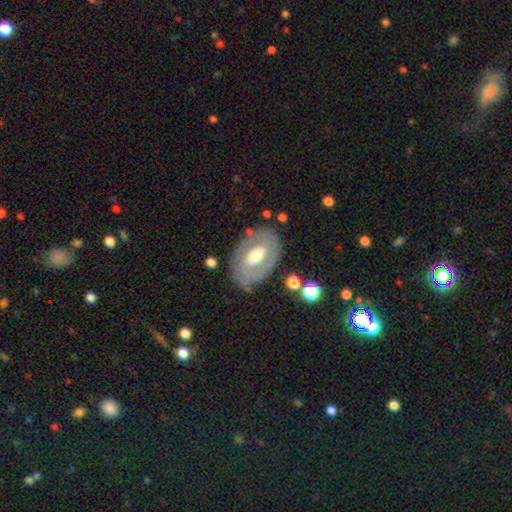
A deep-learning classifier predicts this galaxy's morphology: A featured or disk galaxy (65%) with no bar (44%), no spiral arms (53%) and a moderate central bulge (66%).

Vote fractions:
- Smooth or featured? featured or disk: 65% / smooth: 29% / star or artifact: 6%
- Edge-on disk? no: 93% / yes: 7%
- Bar? no: 44% / weak: 37% / strong: 18%
- Spiral arms? no: 53% / yes: 47%
- Bulge size? moderate: 66% / small: 16% / large: 15% / dominant: 2% / none: 1%
- Merging? none: 75% / minor disturbance: 16% / major disturbance: 7% / merger: 2%